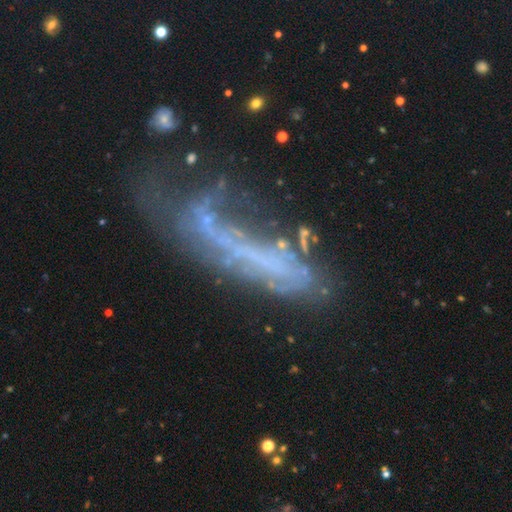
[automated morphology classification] Overall: featured or disk (55%; smooth 23%). Edge-on disk: no (71%). Merging: major disturbance (41%; none 29%).